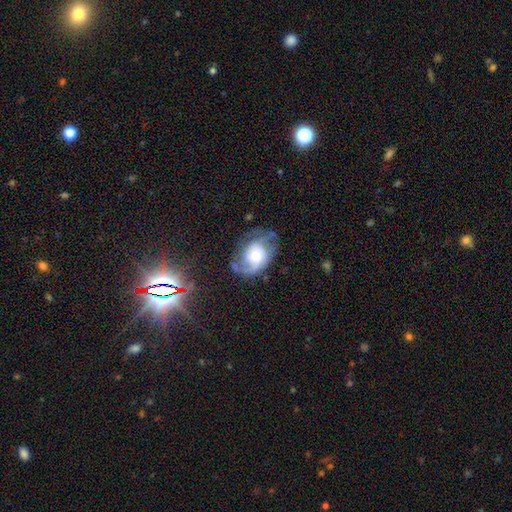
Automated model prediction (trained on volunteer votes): Morphology: type=featured or disk (69%); edge-on=no (97%); bar=no (74%); spiral arms=yes (85%); winding=medium (41%); arm count=2 (46%); bulge=moderate (39%); merging=none (47%).